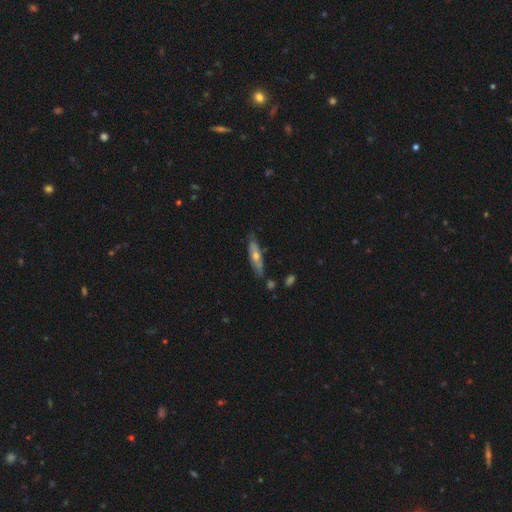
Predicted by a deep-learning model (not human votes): Q: Smooth or featured?
A: featured or disk (56%); runner-up: smooth (37%)
Q: Edge-on disk?
A: yes (73%); runner-up: no (27%)
Q: Merging?
A: none (80%); runner-up: minor disturbance (15%)